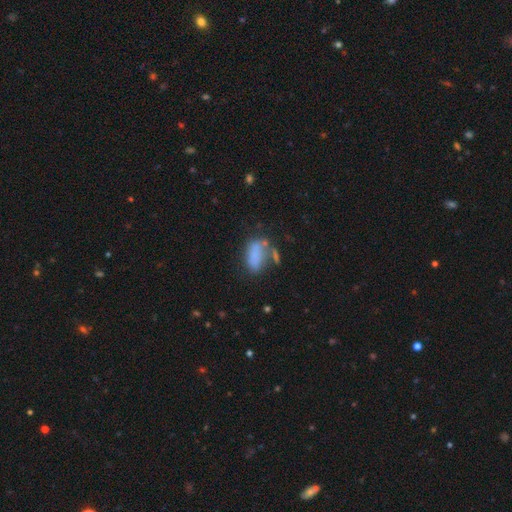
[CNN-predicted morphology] The model was most divided on "merging": none: 37%, minor disturbance: 22%, major disturbance: 22%, merger: 18%. More confident: how rounded — in between (88%); smooth or featured — smooth (73%).